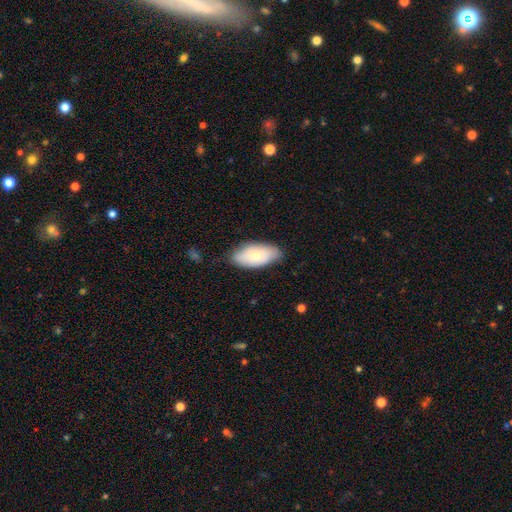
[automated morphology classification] The model was most divided on "smooth or featured": smooth: 69%, featured or disk: 25%, star or artifact: 6%. More confident: how rounded — in between (93%); merging — none (78%).